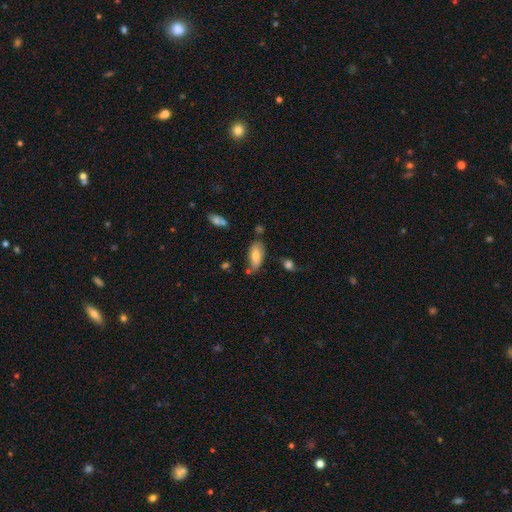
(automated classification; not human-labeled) This appears to be a smooth galaxy with no disk features (73%) that is in between round and cigar-shaped (87%). Merging: none (67%).